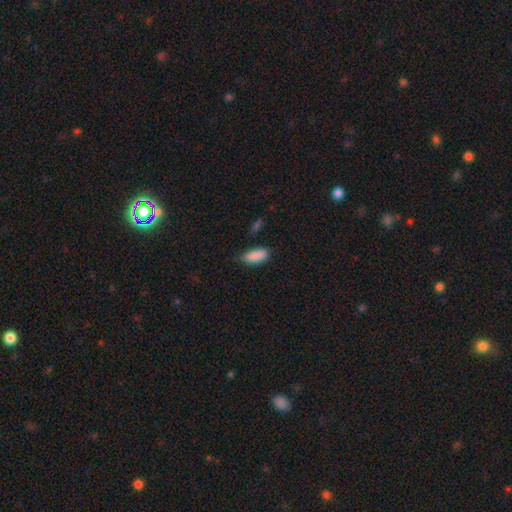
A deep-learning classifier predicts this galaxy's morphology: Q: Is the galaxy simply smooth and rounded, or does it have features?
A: smooth — 89%.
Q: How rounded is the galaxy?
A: in between — 86%.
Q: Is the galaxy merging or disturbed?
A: none — 71%.